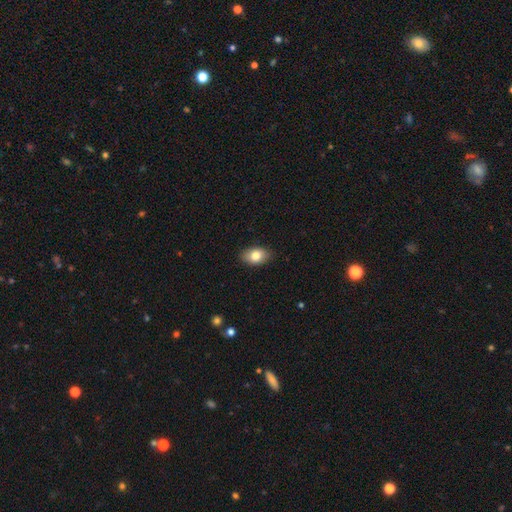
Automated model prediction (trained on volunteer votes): This appears to be a smooth galaxy with no disk features (81%) that is in between round and cigar-shaped (87%). Merging: none (88%).